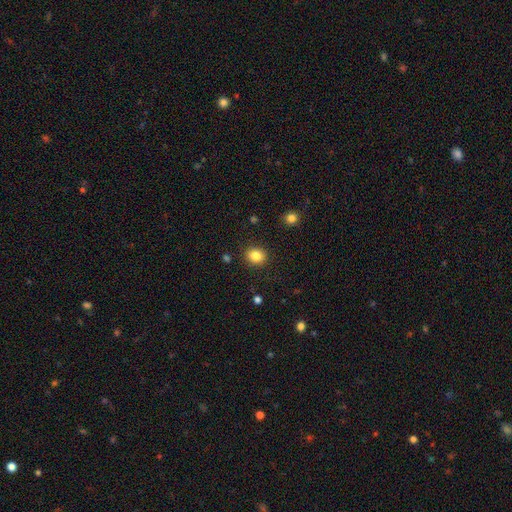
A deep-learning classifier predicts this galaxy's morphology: Smooth or featured: smooth — 84% (star or artifact — 10%)
How rounded: round — 69% (in between — 30%)
Merging: none — 89% (minor disturbance — 7%)